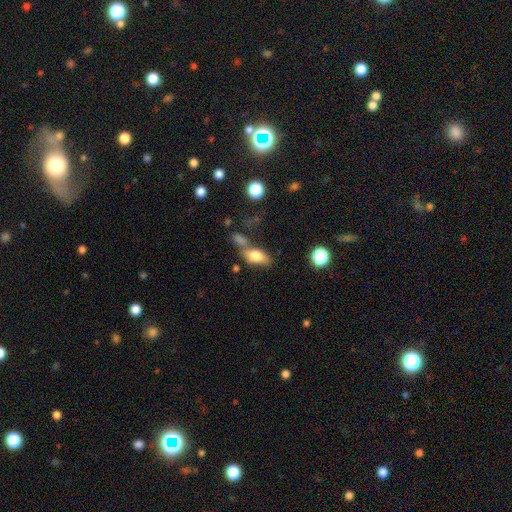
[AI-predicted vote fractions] Smooth or featured: smooth — 72% (featured or disk — 19%)
How rounded: in between — 84% (cigar-shaped — 10%)
Merging: none — 43% (merger — 29%)